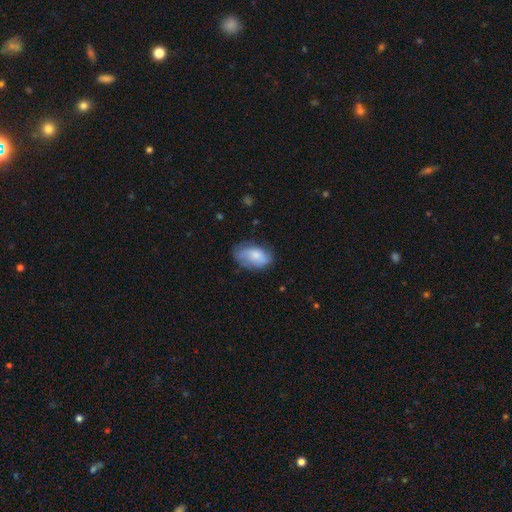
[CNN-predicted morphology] A smooth galaxy with no disk features (69%) that is in between round and cigar-shaped (91%). Merging: none (57%).